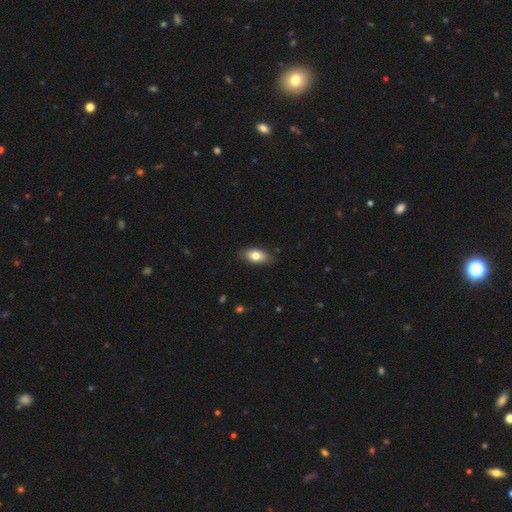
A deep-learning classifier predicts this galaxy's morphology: smooth 77%, featured or disk 16%, star or artifact 7%. Down the decision tree: how rounded — in between (89%); merging — none (83%).